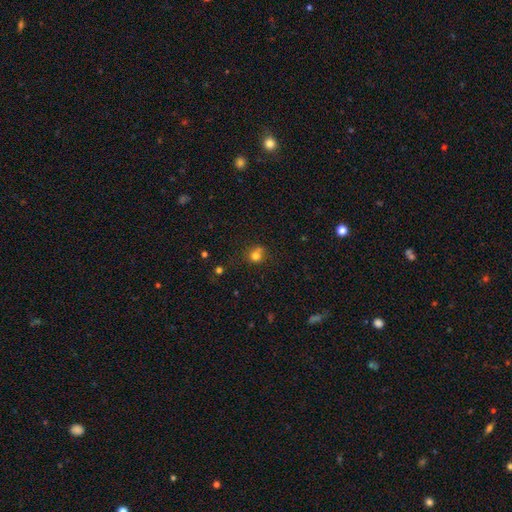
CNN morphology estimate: type=smooth (75%); roundness=round (82%); merging=none (57%).